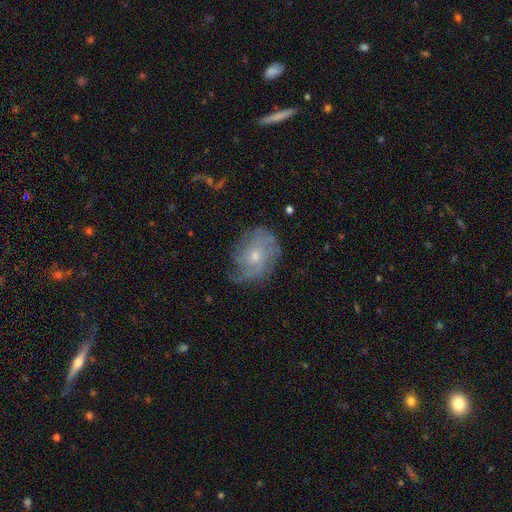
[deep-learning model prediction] The model was most divided on "spiral winding": tight: 45%, medium: 34%, loose: 21%. Remaining: edge-on disk — no (97%); spiral arms — yes (81%); bar — no (78%); smooth or featured — featured or disk (66%); merging — none (59%); bulge size — small (57%); spiral arm count — can't tell (50%).